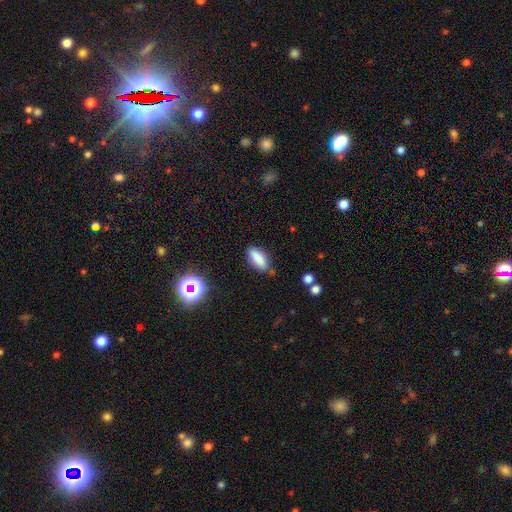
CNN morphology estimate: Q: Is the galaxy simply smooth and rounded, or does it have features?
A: smooth — 83%.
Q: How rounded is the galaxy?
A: in between — 78%.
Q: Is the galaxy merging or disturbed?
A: none — 75%.